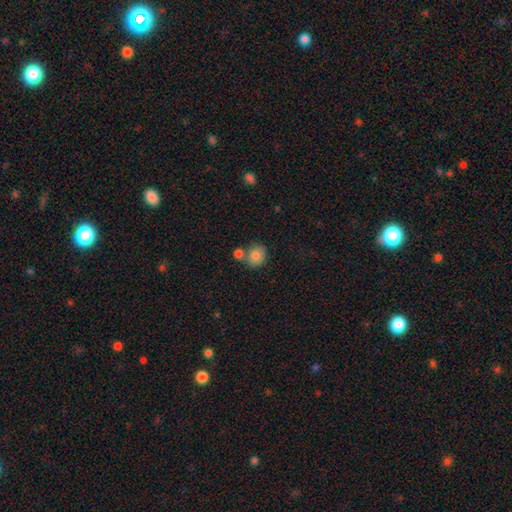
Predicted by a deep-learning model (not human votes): smooth-or-featured: smooth: 82% | star or artifact: 9% | featured or disk: 8%
  how-rounded: round: 79% | in between: 20% | cigar-shaped: 1%
  merging: none: 57% | merger: 29% | minor disturbance: 11% | major disturbance: 3%